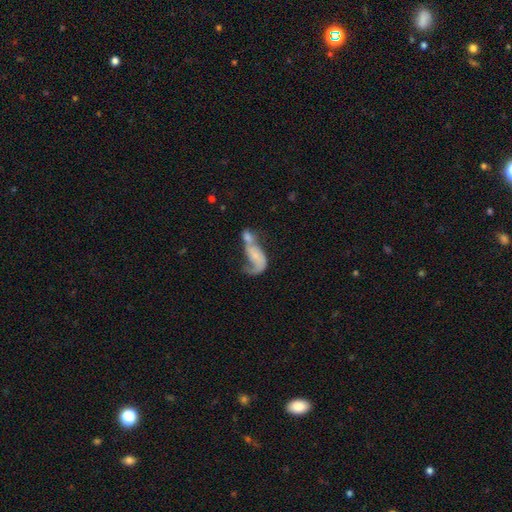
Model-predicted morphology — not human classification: Smooth or featured?
  - featured or disk: 56% *
  - smooth: 36%
  - star or artifact: 8%
Edge-on disk?
  - no: 96% *
  - yes: 4%
Bar?
  - no: 69% *
  - weak: 23%
  - strong: 8%
Spiral arms?
  - yes: 67% *
  - no: 33%
Bulge size?
  - small: 47% *
  - none: 31%
  - moderate: 17%
  - large: 3%
  - dominant: 2%
Merging?
  - merger: 60% *
  - major disturbance: 19%
  - none: 13%
  - minor disturbance: 8%